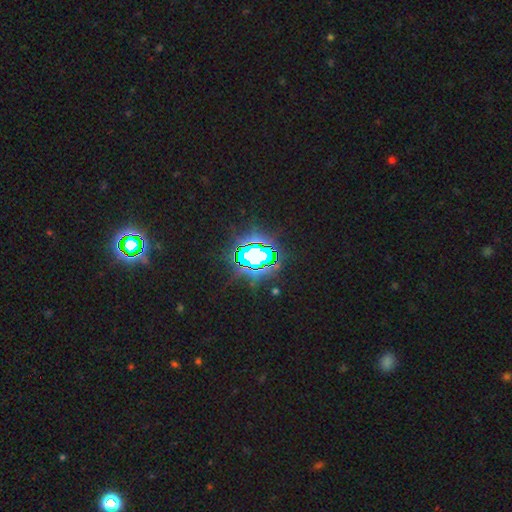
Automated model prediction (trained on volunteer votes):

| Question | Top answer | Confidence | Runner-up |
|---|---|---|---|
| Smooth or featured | star or artifact | 73% | featured or disk (14%) |